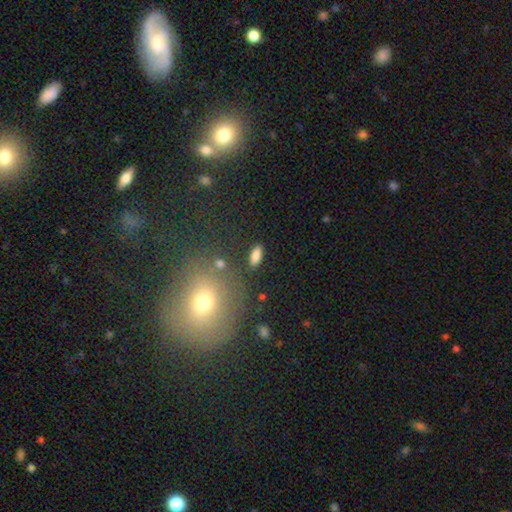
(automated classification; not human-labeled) Smooth or featured? Predicted: smooth (p=0.84). How rounded? Predicted: in between (p=0.78). Merging? Predicted: none (p=0.85).